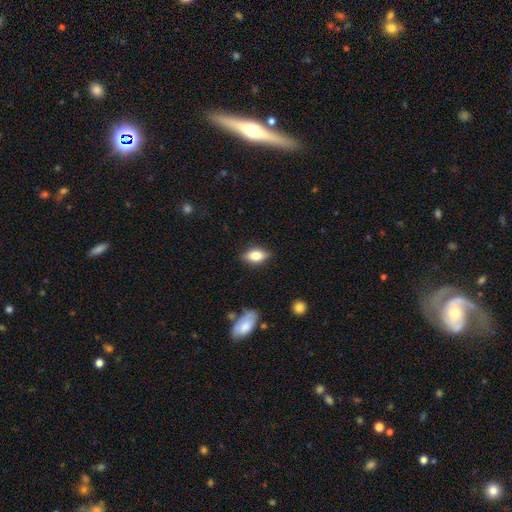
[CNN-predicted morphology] Smooth or featured? Predicted: smooth (p=0.77). How rounded? Predicted: in between (p=0.87). Merging? Predicted: none (p=0.83).